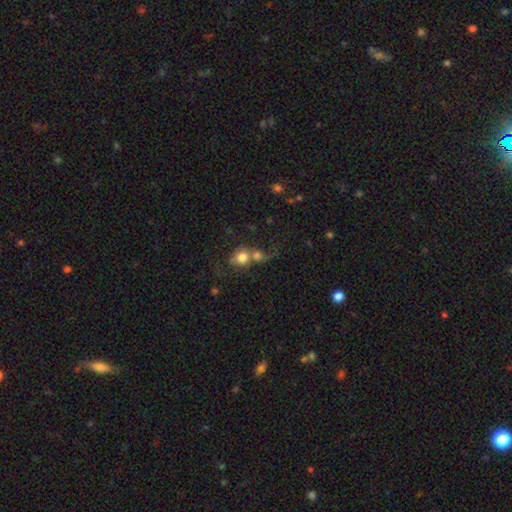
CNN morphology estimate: This appears to be a smooth galaxy with no disk features (59%) that is round (80%). Merging: merger (59%).